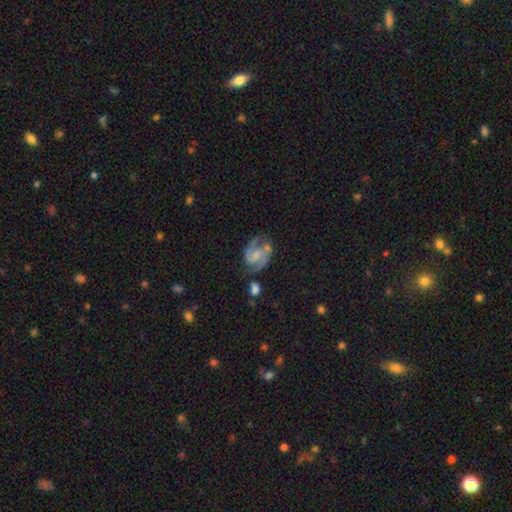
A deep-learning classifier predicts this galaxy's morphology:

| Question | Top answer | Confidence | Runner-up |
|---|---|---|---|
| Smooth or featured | featured or disk | 84% | smooth (10%) |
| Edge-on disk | no | 98% | yes (2%) |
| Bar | weak | 45% | no (43%) |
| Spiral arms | yes | 95% | no (5%) |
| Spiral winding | medium | 54% | tight (30%) |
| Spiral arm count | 2 | 87% | can't tell (5%) |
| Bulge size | small | 42% | moderate (26%) |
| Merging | none | 57% | minor disturbance (22%) |